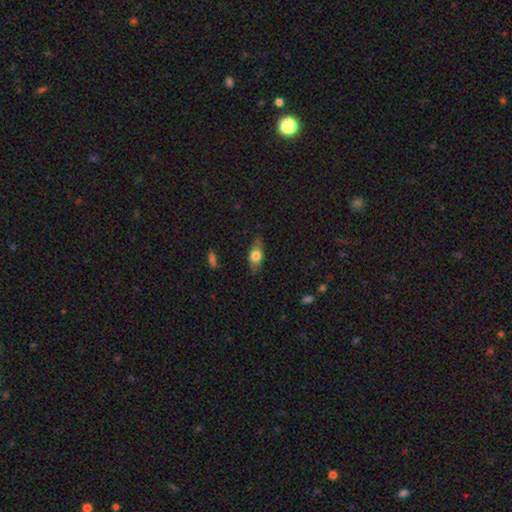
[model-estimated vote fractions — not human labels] A smooth galaxy with no disk features (67%) that is in between round and cigar-shaped (77%).

Vote fractions:
- Smooth or featured? smooth: 67% / featured or disk: 25% / star or artifact: 8%
- How rounded? in between: 77% / cigar-shaped: 15% / round: 8%
- Merging? none: 76% / minor disturbance: 19% / major disturbance: 4% / merger: 1%